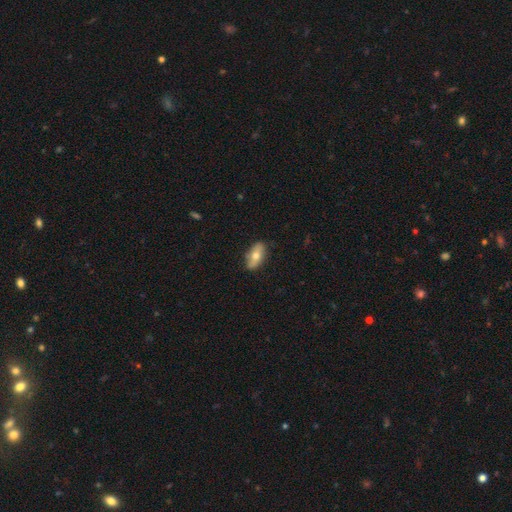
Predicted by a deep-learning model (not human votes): Morphology: type=smooth (60%); roundness=in between (87%); merging=none (80%).